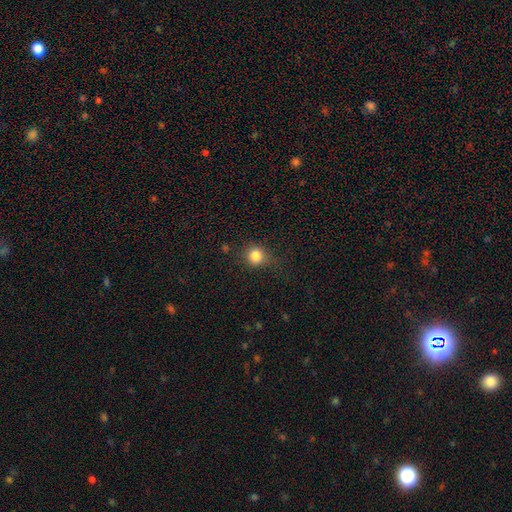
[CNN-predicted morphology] This appears to be a smooth galaxy with no disk features (83%) that is round (85%). Merging: none (72%).